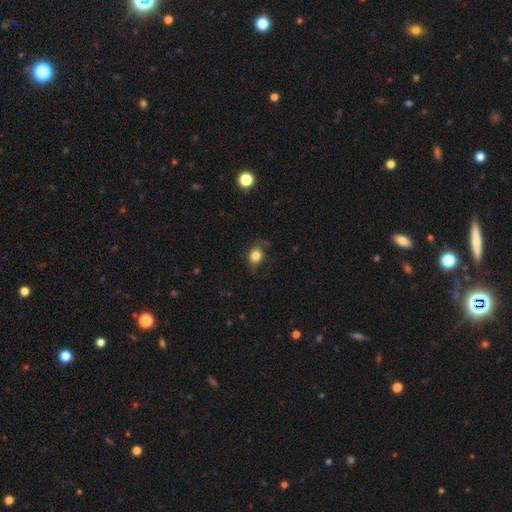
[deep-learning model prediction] Morphology: type=smooth (79%); roundness=round (50%); merging=none (56%).